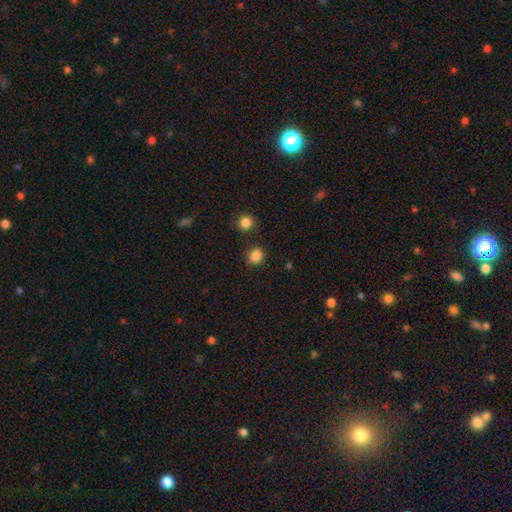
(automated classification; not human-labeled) Overall: smooth (86%). How rounded: round (79%). Merging: none (85%).